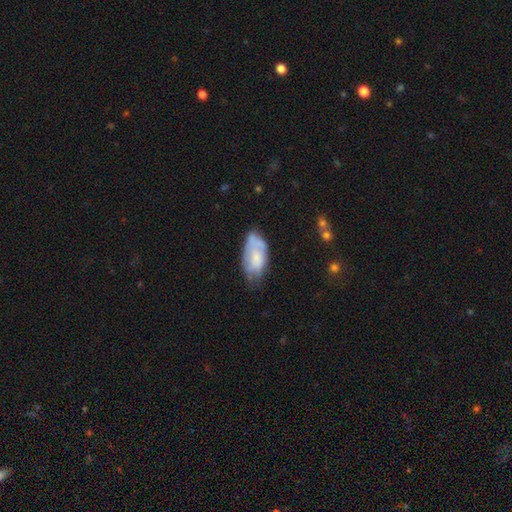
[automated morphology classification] This is possibly a smooth galaxy (58%). How rounded: clearly in between (92%). Merging: possibly none (46%).